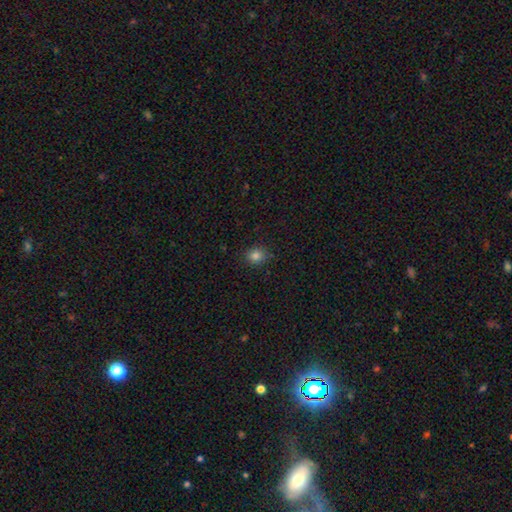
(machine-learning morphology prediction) Smooth or featured? smooth (82%)
How rounded? round (71%)
Merging? none (87%)